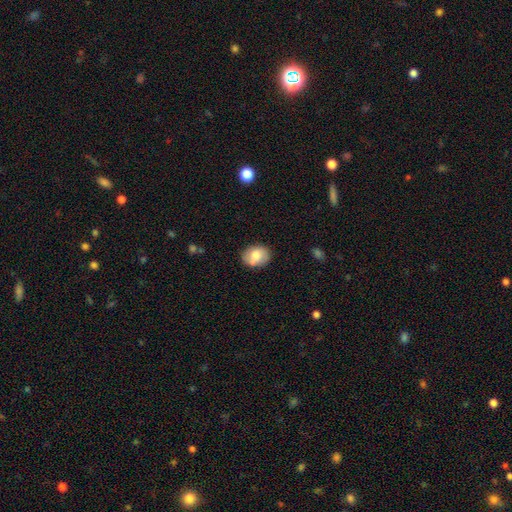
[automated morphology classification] A smooth galaxy with no disk features (74%) that is in between round and cigar-shaped (54%).

Vote fractions:
- Smooth or featured? smooth: 74% / featured or disk: 19% / star or artifact: 8%
- How rounded? in between: 54% / round: 45% / cigar-shaped: 1%
- Merging? none: 80% / minor disturbance: 14% / major disturbance: 3% / merger: 2%